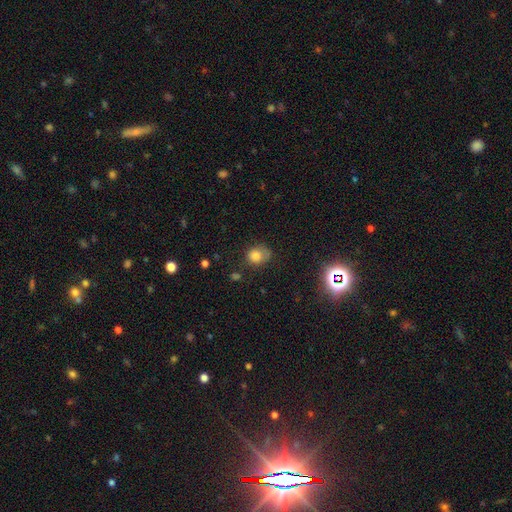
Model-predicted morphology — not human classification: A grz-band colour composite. It shows a smooth galaxy with no disk features (79%) that is round (59%). Merging: none (52%).